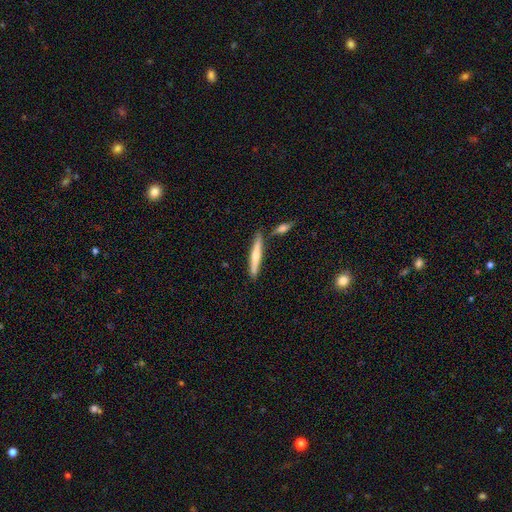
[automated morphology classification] A smooth galaxy with no disk features (54%) that is cigar-shaped (92%).

Vote fractions:
- Smooth or featured? smooth: 54% / featured or disk: 41% / star or artifact: 5%
- How rounded? cigar-shaped: 92% / in between: 6% / round: 2%
- Merging? none: 80% / minor disturbance: 10% / merger: 8% / major disturbance: 2%